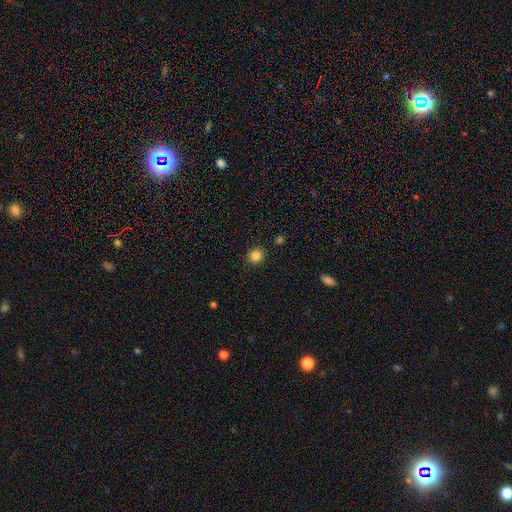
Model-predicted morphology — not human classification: This is clearly a smooth galaxy (85%). How rounded: clearly round (89%). Merging: clearly none (91%).